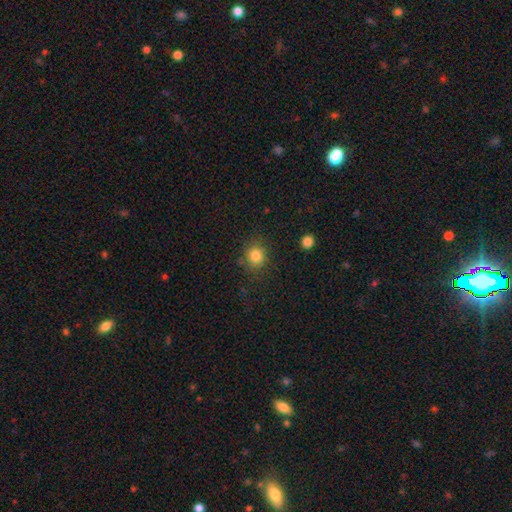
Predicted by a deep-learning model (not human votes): This appears to be a smooth galaxy with no disk features (83%) that is round (79%). Merging: none (81%).